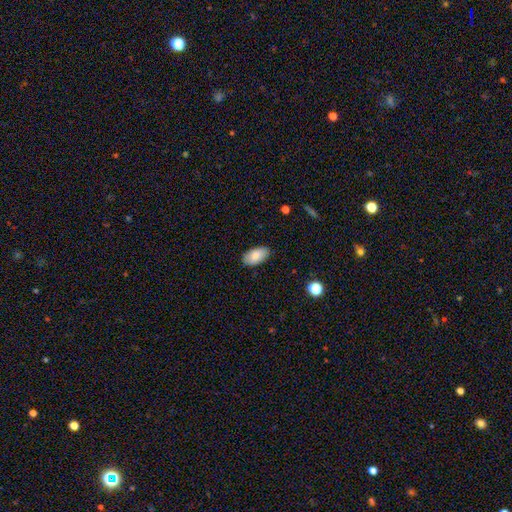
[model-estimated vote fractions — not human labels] The model was most divided on "merging": none: 85%, minor disturbance: 11%, major disturbance: 2%, merger: 1%. More confident: how rounded — in between (95%); smooth or featured — smooth (85%).